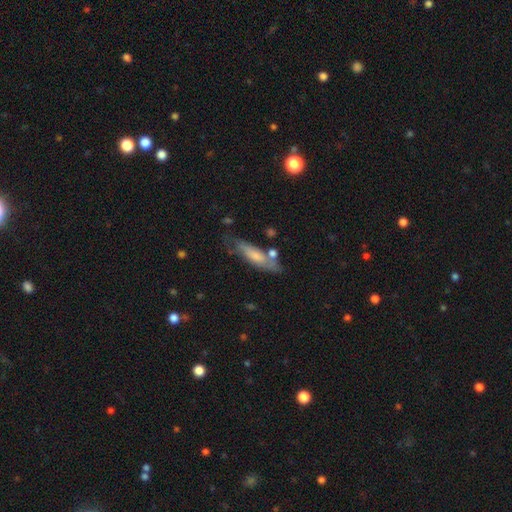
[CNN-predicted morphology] smooth 59%, featured or disk 35%, star or artifact 6%. Down the decision tree: how rounded — cigar-shaped (58%); merging — none (55%).